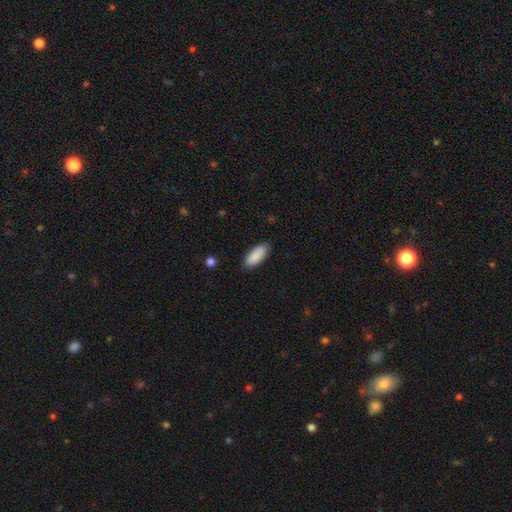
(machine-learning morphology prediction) The model was most divided on "how rounded": in between: 84%, cigar-shaped: 14%, round: 2%. More confident: smooth or featured — smooth (90%); merging — none (87%).